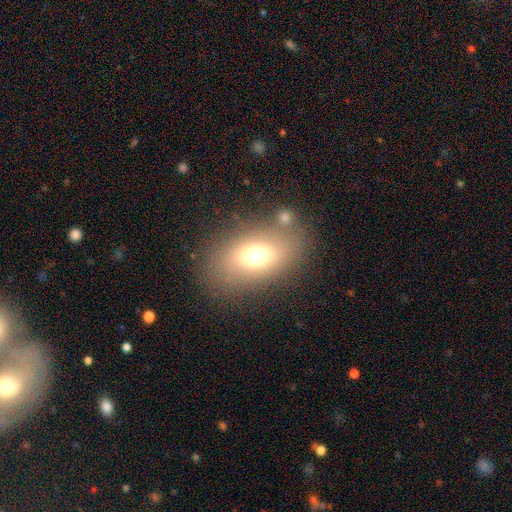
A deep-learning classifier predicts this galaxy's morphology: This appears to be a smooth galaxy with no disk features (65%) that is in between round and cigar-shaped (79%). Merging: none (74%).